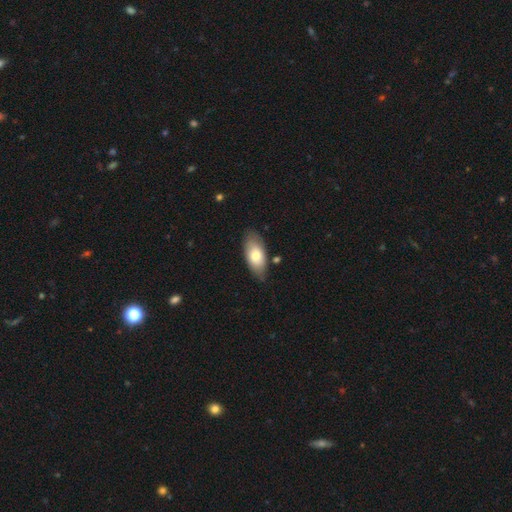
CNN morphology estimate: Smooth or featured: smooth — 73% (featured or disk — 22%)
How rounded: in between — 90% (cigar-shaped — 7%)
Merging: none — 74% (minor disturbance — 19%)